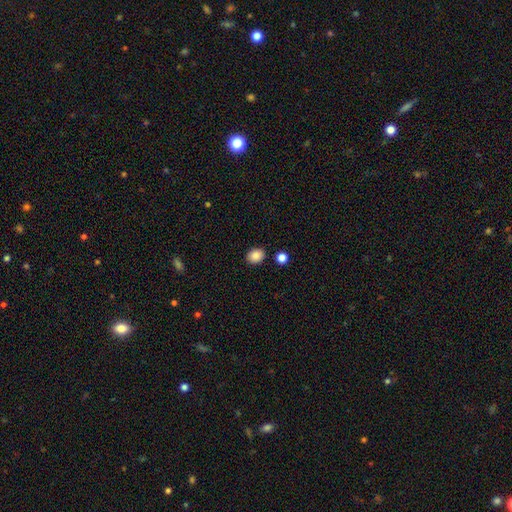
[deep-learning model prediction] Q: Smooth or featured?
A: smooth (87%); runner-up: star or artifact (9%)
Q: How rounded?
A: round (50%); runner-up: in between (49%)
Q: Merging?
A: none (86%); runner-up: minor disturbance (8%)